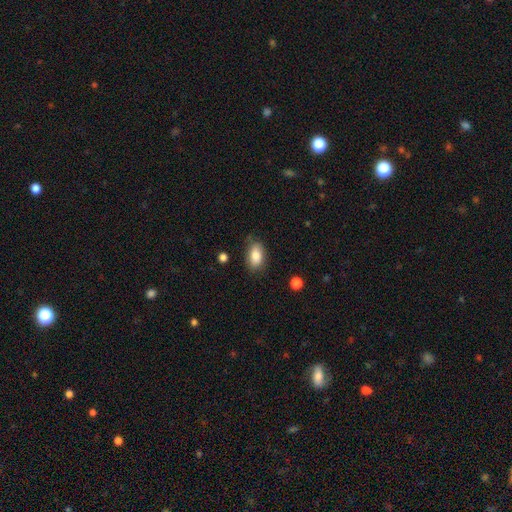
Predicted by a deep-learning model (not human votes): smooth_or_featured: smooth (p=0.85) [alt: featured or disk p=0.07]
how_rounded: in between (p=0.91) [alt: round p=0.06]
merging: none (p=0.76) [alt: minor disturbance p=0.18]